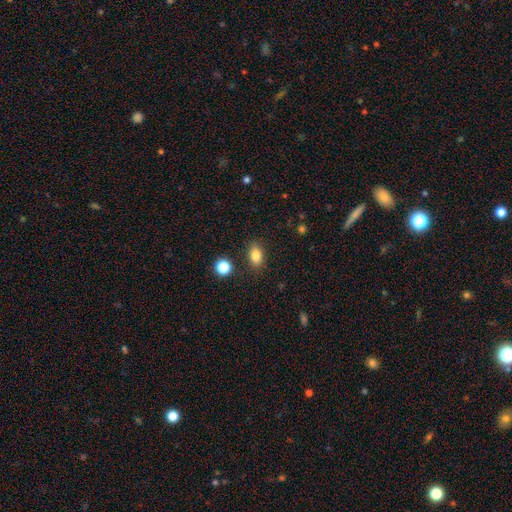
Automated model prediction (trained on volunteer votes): Smooth or featured? smooth (83%)
How rounded? in between (79%)
Merging? none (84%)